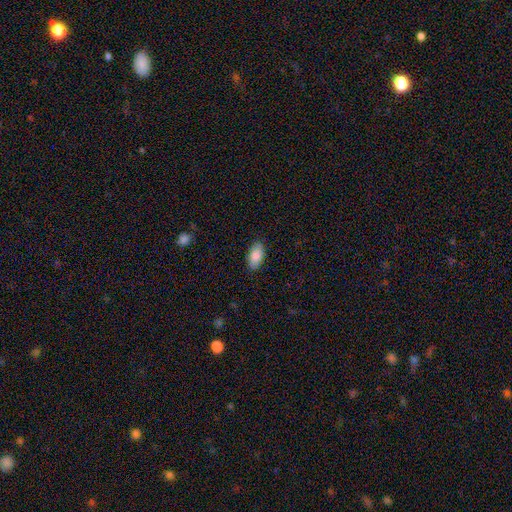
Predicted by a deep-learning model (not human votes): This appears to be a smooth galaxy with no disk features (88%) that is in between round and cigar-shaped (93%). Merging: none (87%).